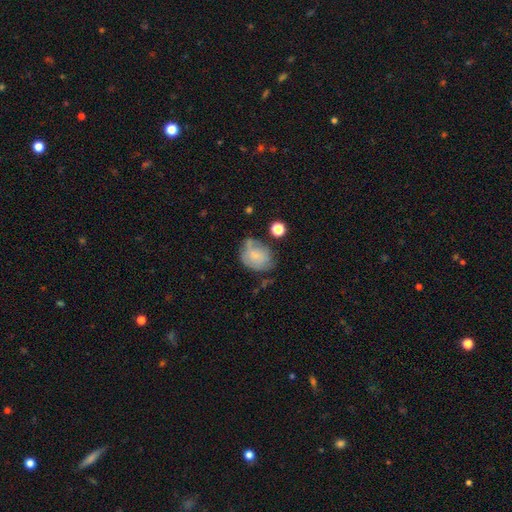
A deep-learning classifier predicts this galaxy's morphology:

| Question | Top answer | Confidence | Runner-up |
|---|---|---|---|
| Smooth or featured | smooth | 68% | featured or disk (23%) |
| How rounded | in between | 57% | round (42%) |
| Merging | none | 42% | minor disturbance (33%) |